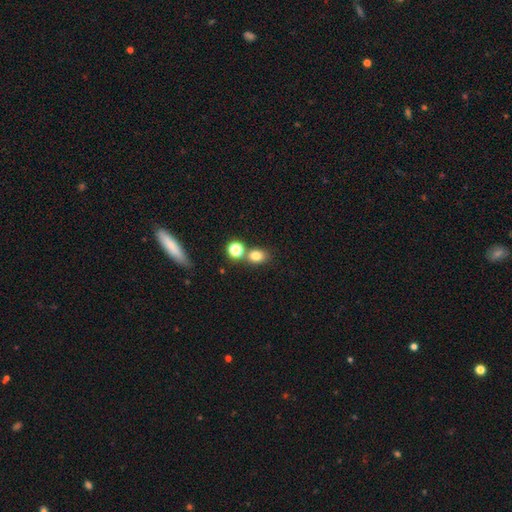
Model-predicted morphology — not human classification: smooth-or-featured: smooth: 78% | star or artifact: 15% | featured or disk: 8%
  how-rounded: in between: 50% | round: 49% | cigar-shaped: 1%
  merging: none: 60% | merger: 26% | minor disturbance: 10% | major disturbance: 4%